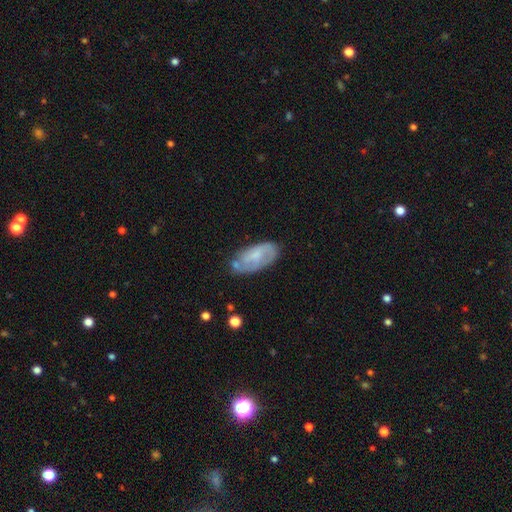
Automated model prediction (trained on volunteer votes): This appears to be a featured or disk galaxy (51%). Merging: none (62%).